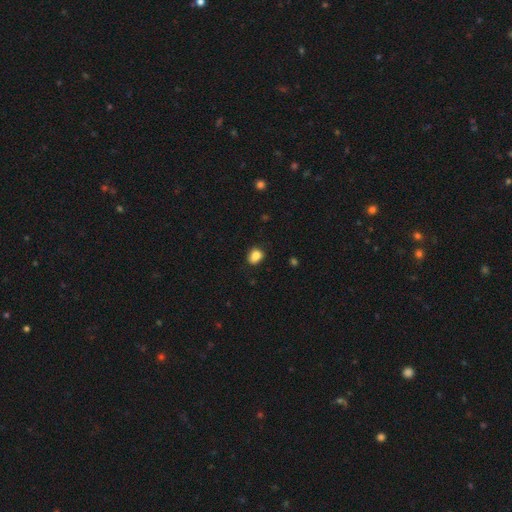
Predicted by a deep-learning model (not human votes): Smooth or featured?
  - smooth: 85% *
  - star or artifact: 9%
  - featured or disk: 5%
How rounded?
  - in between: 55% *
  - round: 44%
  - cigar-shaped: 1%
Merging?
  - none: 81% *
  - minor disturbance: 15%
  - major disturbance: 3%
  - merger: 1%